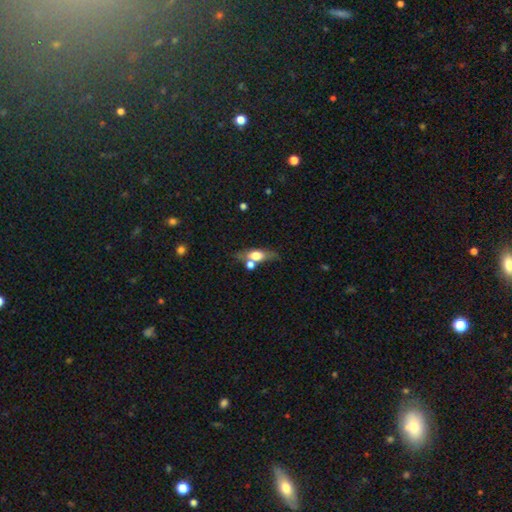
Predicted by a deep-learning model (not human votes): Overall: smooth (54%; featured or disk 38%). How rounded: in between (58%; cigar-shaped 33%). Merging: none (54%; merger 24%).